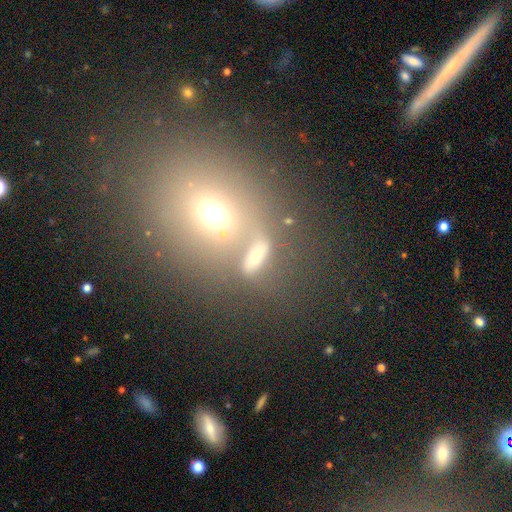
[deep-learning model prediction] This is possibly a smooth galaxy (56%). How rounded: possibly in between (53%). Merging: possibly none (49%).